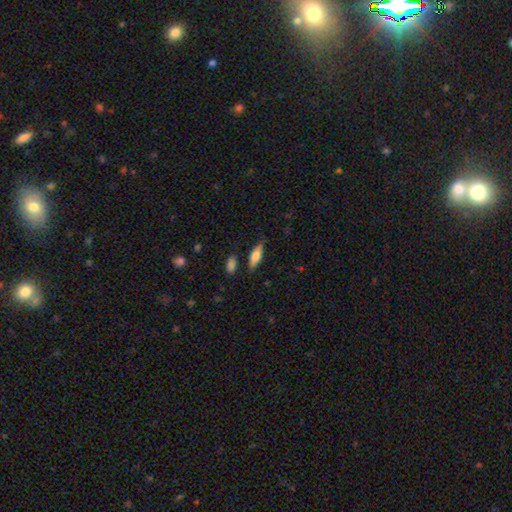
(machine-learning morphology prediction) Smooth or featured? Predicted: smooth (p=0.62). How rounded? Predicted: in between (p=0.57). Merging? Predicted: none (p=0.80).